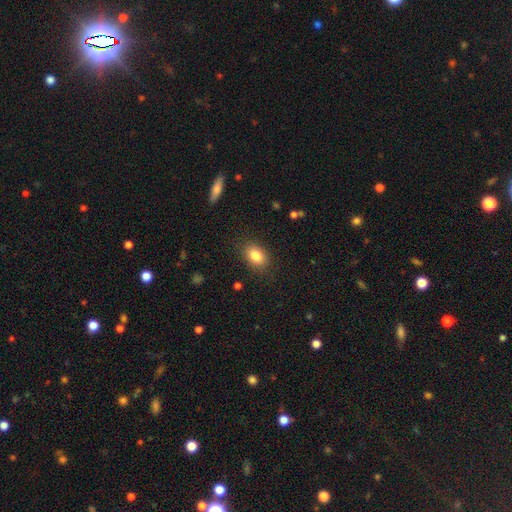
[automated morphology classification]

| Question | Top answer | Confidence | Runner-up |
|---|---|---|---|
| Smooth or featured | smooth | 83% | star or artifact (9%) |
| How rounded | in between | 76% | round (23%) |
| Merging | none | 86% | minor disturbance (10%) |